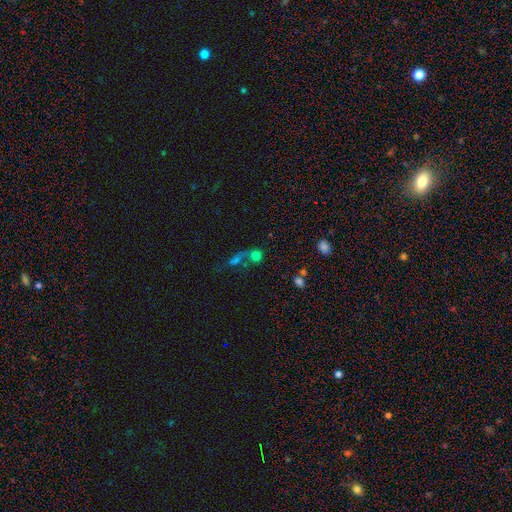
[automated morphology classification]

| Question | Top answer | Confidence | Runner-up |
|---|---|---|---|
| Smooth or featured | smooth | 65% | star or artifact (18%) |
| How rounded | round | 74% | in between (23%) |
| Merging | merger | 51% | none (28%) |